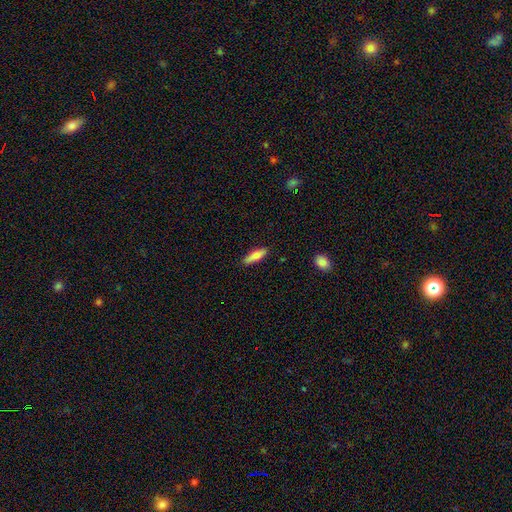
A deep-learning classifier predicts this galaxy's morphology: smooth_or_featured: smooth (p=0.81) [alt: featured or disk p=0.13]
how_rounded: cigar-shaped (p=0.56) [alt: in between p=0.42]
merging: none (p=0.87) [alt: minor disturbance p=0.10]